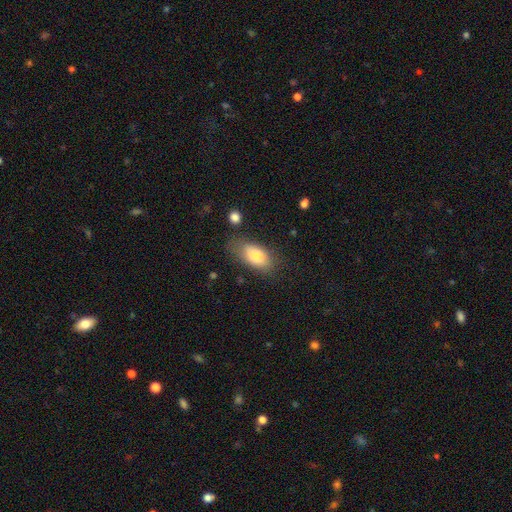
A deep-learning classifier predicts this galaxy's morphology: smooth 79%, featured or disk 14%, star or artifact 7%. Down the decision tree: how rounded — in between (89%); merging — none (67%).